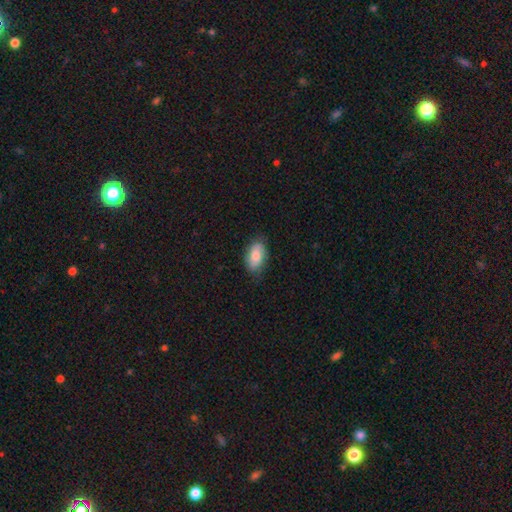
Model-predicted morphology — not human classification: Smooth or featured? Predicted: smooth (p=0.79). How rounded? Predicted: in between (p=0.93). Merging? Predicted: none (p=0.77).